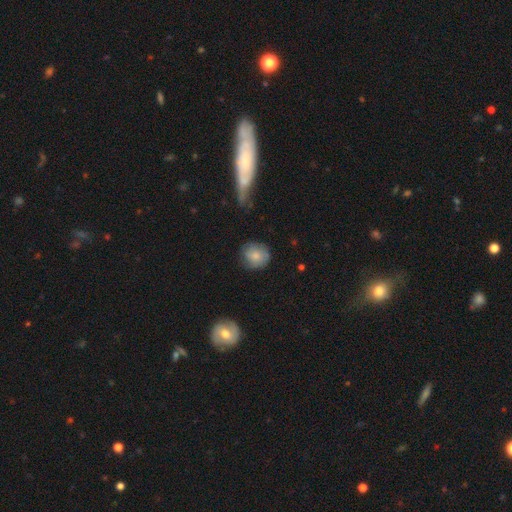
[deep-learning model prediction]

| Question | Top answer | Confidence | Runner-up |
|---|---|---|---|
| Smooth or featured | smooth | 71% | featured or disk (21%) |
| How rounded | round | 82% | in between (17%) |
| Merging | none | 73% | minor disturbance (20%) |